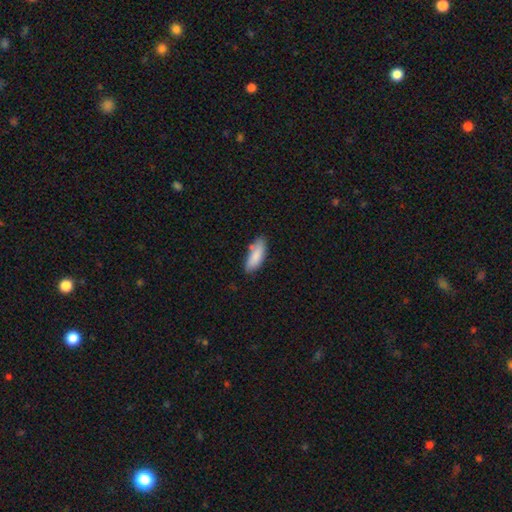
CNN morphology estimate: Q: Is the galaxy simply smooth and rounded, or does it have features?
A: smooth — 85%.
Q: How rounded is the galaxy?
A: in between — 71%.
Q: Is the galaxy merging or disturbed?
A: none — 69%.